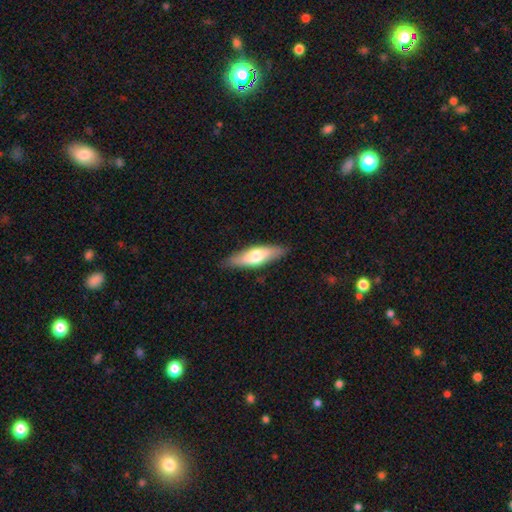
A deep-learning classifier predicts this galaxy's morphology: Overall: smooth (59%; featured or disk 35%). How rounded: cigar-shaped (56%; in between 42%). Merging: none (84%).